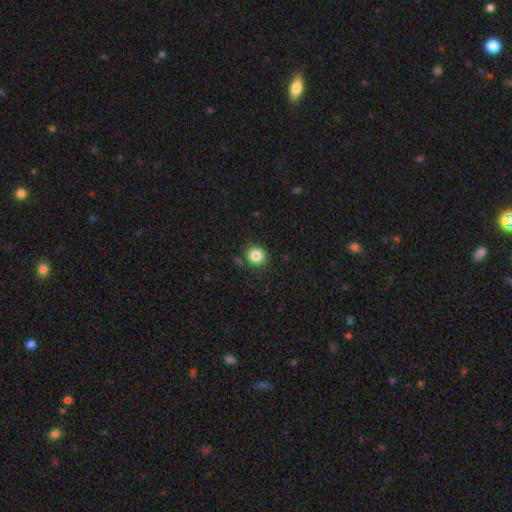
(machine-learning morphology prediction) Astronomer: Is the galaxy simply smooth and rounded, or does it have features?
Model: smooth — 84%.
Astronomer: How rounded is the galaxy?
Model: round — 87%.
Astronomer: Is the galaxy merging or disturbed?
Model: none — 85%.